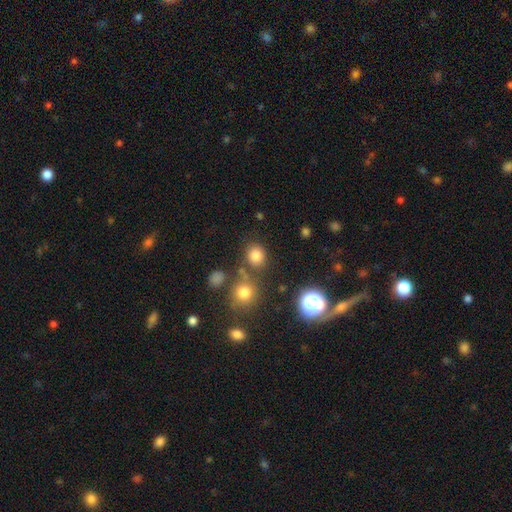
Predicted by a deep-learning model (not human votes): Overall: smooth (77%). How rounded: round (76%). Merging: none (74%).